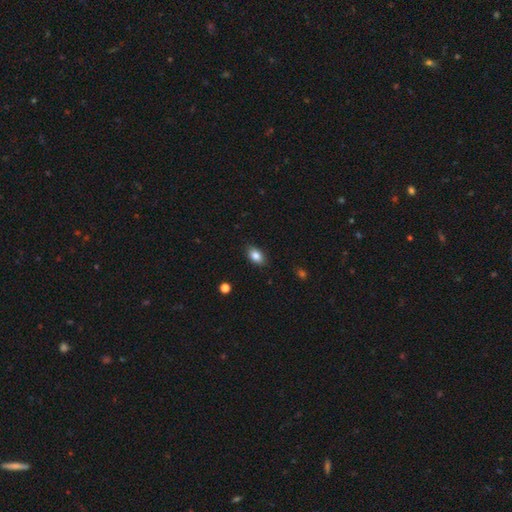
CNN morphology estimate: This is clearly a smooth galaxy (84%). How rounded: clearly in between (88%). Merging: clearly none (87%).